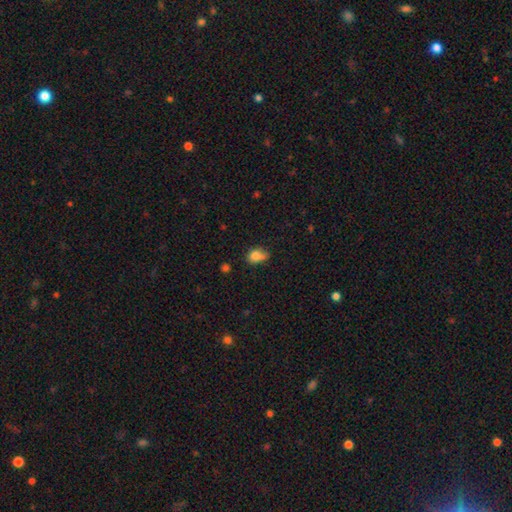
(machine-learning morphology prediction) smooth-or-featured: smooth: 80% | star or artifact: 11% | featured or disk: 9%
  how-rounded: in between: 75% | round: 24% | cigar-shaped: 2%
  merging: none: 47% | minor disturbance: 37% | major disturbance: 10% | merger: 6%